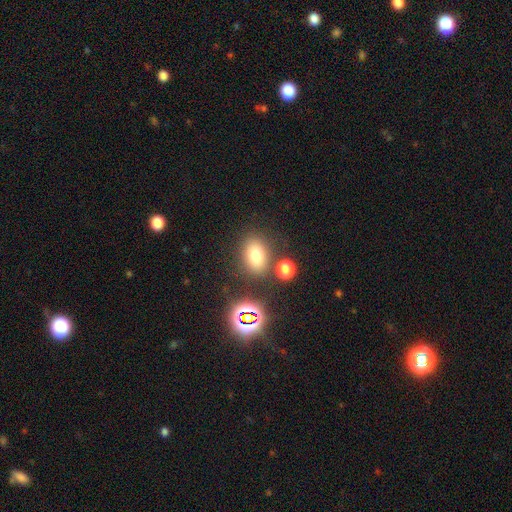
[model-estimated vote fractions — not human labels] The model was most divided on "how rounded": in between: 73%, round: 25%, cigar-shaped: 2%. More confident: merging — none (76%); smooth or featured — smooth (74%).